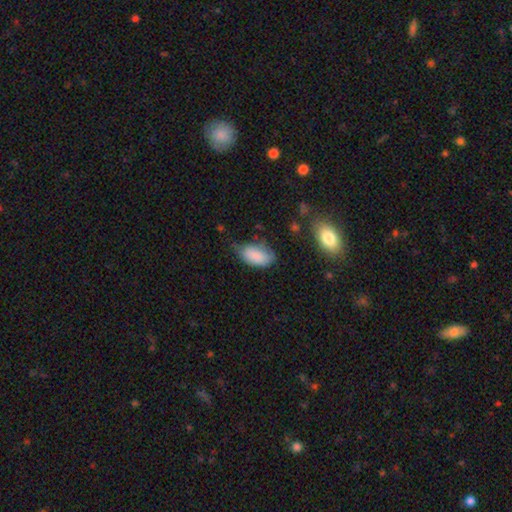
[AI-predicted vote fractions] A smooth galaxy with no disk features (83%) that is in between round and cigar-shaped (93%).

Vote fractions:
- Smooth or featured? smooth: 83% / featured or disk: 10% / star or artifact: 7%
- How rounded? in between: 93% / round: 4% / cigar-shaped: 3%
- Merging? none: 44% / minor disturbance: 40% / major disturbance: 13% / merger: 3%